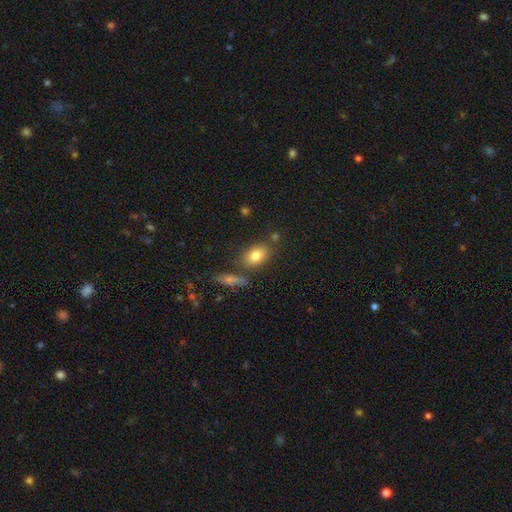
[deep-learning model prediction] The model was most divided on "merging": none: 72%, minor disturbance: 13%, merger: 11%, major disturbance: 4%. More confident: smooth or featured — smooth (81%); how rounded — in between (80%).